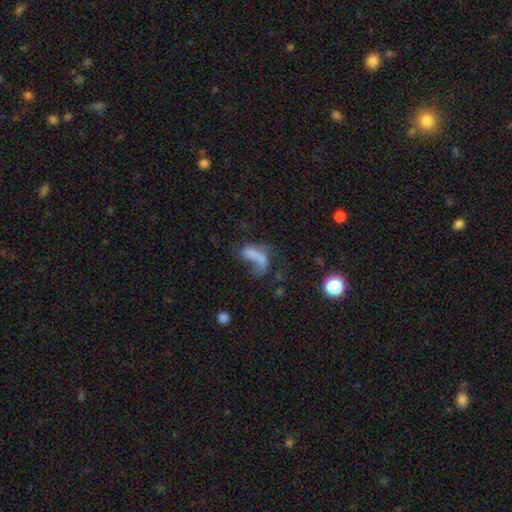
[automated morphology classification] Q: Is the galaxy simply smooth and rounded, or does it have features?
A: smooth — 53%.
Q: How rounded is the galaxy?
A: in between — 78%.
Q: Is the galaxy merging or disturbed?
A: merger — 40%.